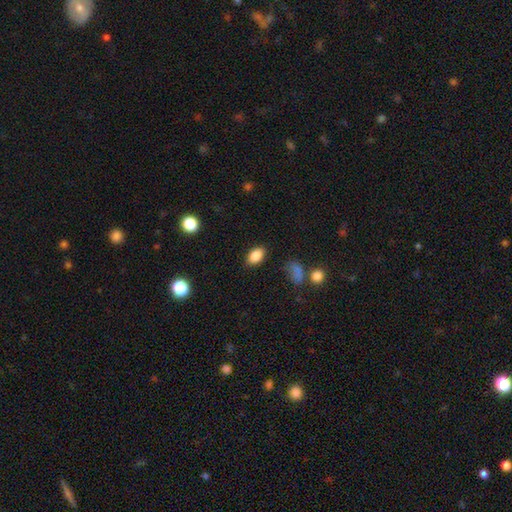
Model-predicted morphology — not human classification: A smooth galaxy with no disk features (86%) that is in between round and cigar-shaped (88%). Merging: none (84%).